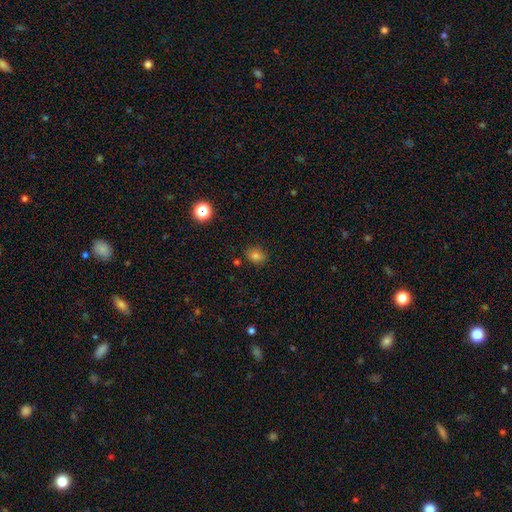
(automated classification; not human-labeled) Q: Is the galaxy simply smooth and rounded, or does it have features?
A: smooth — 78%.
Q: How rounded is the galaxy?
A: in between — 59%.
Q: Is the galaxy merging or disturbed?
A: none — 80%.